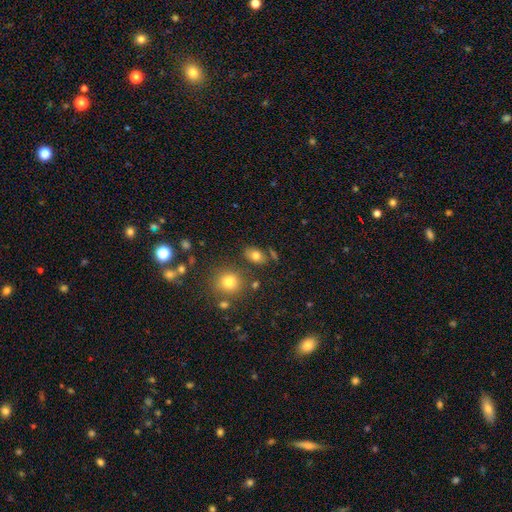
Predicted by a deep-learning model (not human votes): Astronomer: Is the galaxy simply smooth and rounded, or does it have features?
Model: smooth — 77%.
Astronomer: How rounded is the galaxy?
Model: in between — 76%.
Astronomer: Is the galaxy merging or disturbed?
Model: none — 76%.